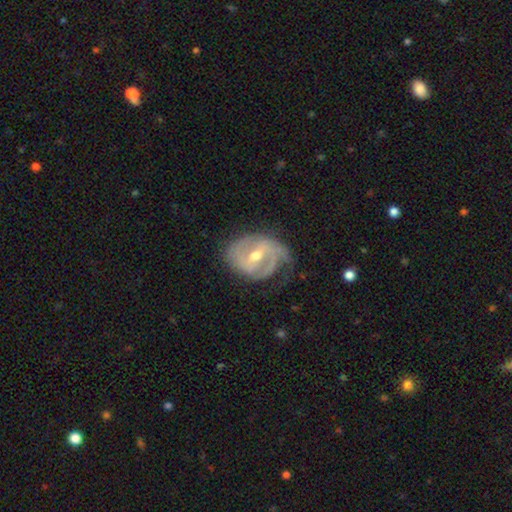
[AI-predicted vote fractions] A featured or disk galaxy (84%) with a weak bar (47%), 2 (44%) tight (41%) spiral arms (90%) and a moderate central bulge (64%).

Vote fractions:
- Smooth or featured? featured or disk: 84% / smooth: 11% / star or artifact: 5%
- Edge-on disk? no: 96% / yes: 4%
- Bar? weak: 47% / strong: 35% / no: 18%
- Spiral arms? yes: 90% / no: 10%
- Spiral winding? tight: 41% / medium: 39% / loose: 20%
- Spiral arm count? 2: 44% / can't tell: 21% / 1: 15% / 3: 14% / 4: 3% / more than 4: 3%
- Bulge size? moderate: 64% / small: 32% / large: 2% / none: 1% / dominant: 1%
- Merging? none: 52% / minor disturbance: 29% / major disturbance: 18% / merger: 2%